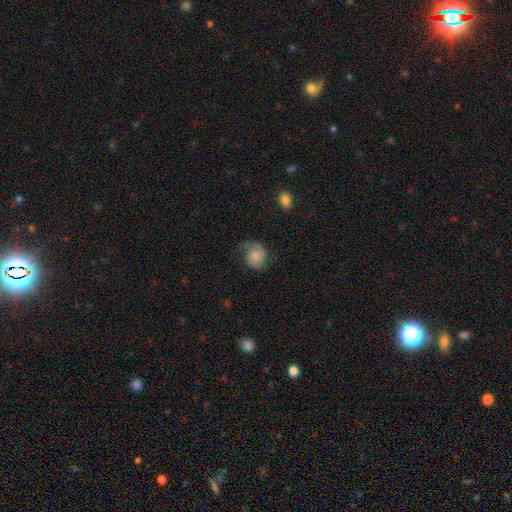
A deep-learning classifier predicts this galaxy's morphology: Smooth or featured?
  - smooth: 52% *
  - featured or disk: 40%
  - star or artifact: 8%
How rounded?
  - round: 69% *
  - in between: 30%
  - cigar-shaped: 1%
Merging?
  - none: 43% *
  - major disturbance: 28%
  - minor disturbance: 27%
  - merger: 2%